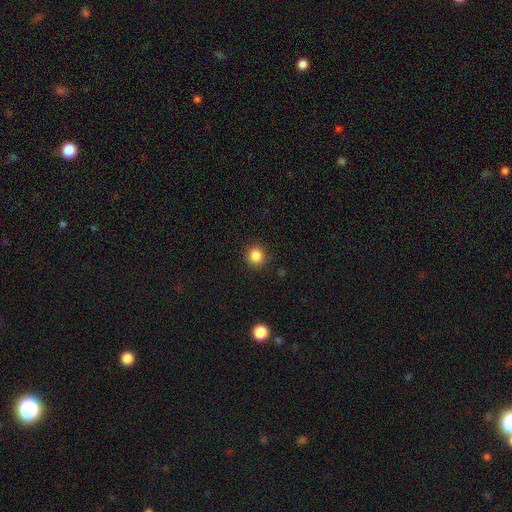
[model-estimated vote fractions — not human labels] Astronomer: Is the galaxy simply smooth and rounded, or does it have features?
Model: smooth — 85%.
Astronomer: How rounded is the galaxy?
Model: round — 92%.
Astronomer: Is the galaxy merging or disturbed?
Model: none — 90%.